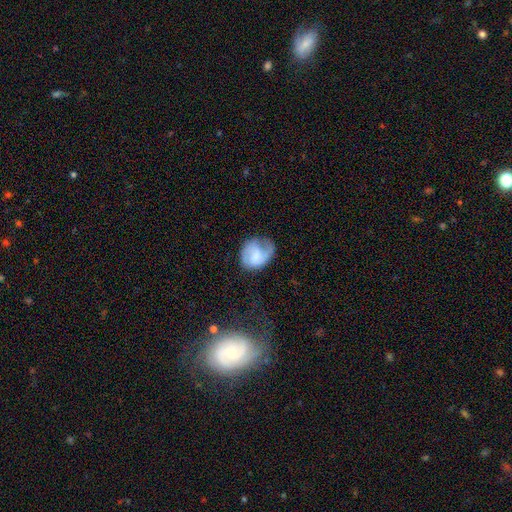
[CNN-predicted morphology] Smooth or featured? smooth (50%)
Merging? none (43%)